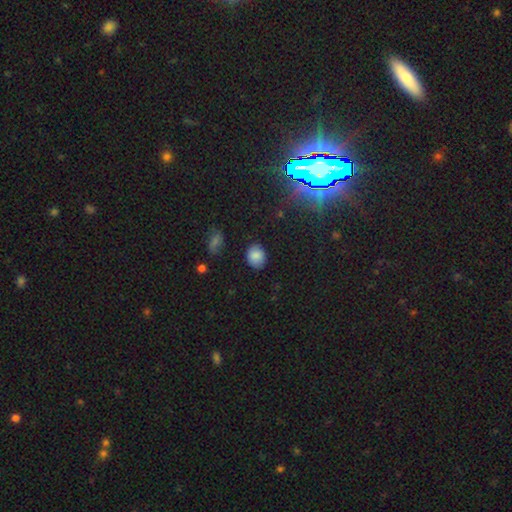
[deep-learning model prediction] The model was most divided on "how rounded": in between: 53%, round: 46%, cigar-shaped: 1%. More confident: smooth or featured — smooth (84%); merging — none (83%).